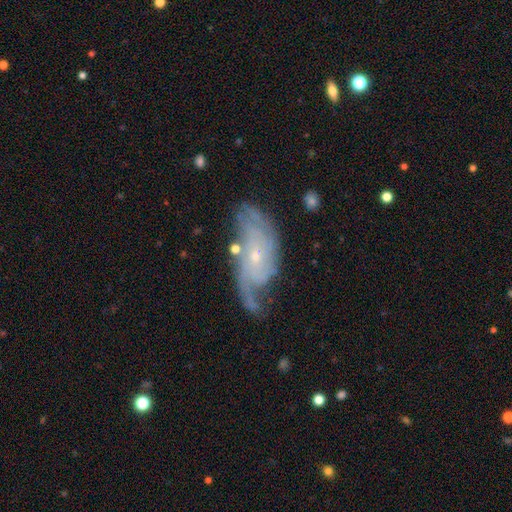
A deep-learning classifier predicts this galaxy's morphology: Smooth or featured: featured or disk — 82% (smooth — 12%)
Edge-on disk: no — 94% (yes — 6%)
Bar: no — 69% (weak — 26%)
Spiral arms: yes — 93% (no — 7%)
Spiral winding: tight — 48% (medium — 35%)
Spiral arm count: can't tell — 36% (2 — 29%)
Bulge size: small — 79% (moderate — 17%)
Merging: none — 53% (minor disturbance — 25%)